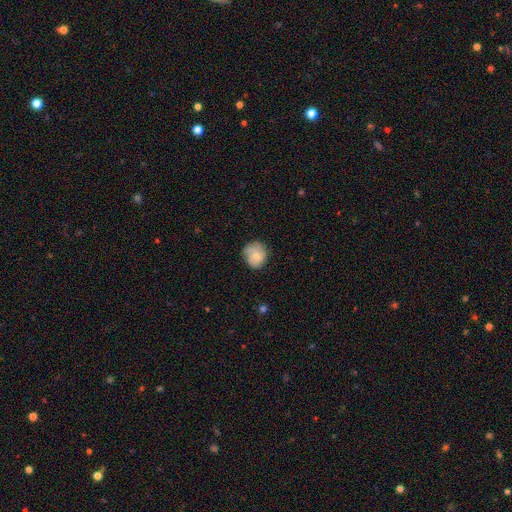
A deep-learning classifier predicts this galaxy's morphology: Q: Smooth or featured?
A: smooth (63%); runner-up: featured or disk (29%)
Q: How rounded?
A: round (75%); runner-up: in between (24%)
Q: Merging?
A: none (64%); runner-up: minor disturbance (27%)